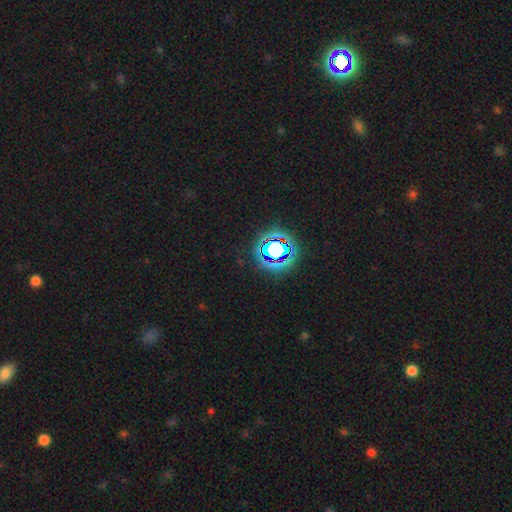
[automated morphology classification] Smooth or featured?
  - star or artifact: 78% *
  - smooth: 14%
  - featured or disk: 8%